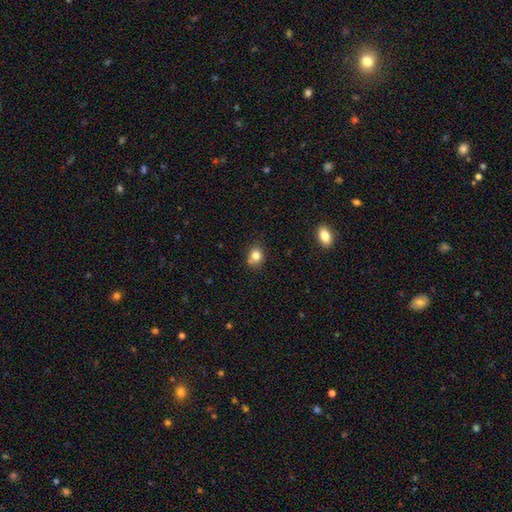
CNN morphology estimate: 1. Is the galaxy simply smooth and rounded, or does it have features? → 81% smooth, 12% star or artifact, 8% featured or disk.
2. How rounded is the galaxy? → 65% round, 34% in between, 1% cigar-shaped.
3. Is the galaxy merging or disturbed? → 69% none, 17% minor disturbance, 10% merger, 4% major disturbance.